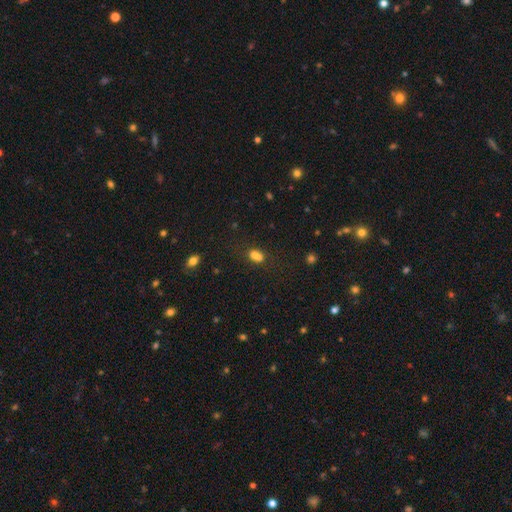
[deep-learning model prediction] A smooth galaxy with no disk features (75%) that is in between round and cigar-shaped (72%).

Vote fractions:
- Smooth or featured? smooth: 75% / star or artifact: 16% / featured or disk: 9%
- How rounded? in between: 72% / round: 24% / cigar-shaped: 4%
- Merging? none: 46% / merger: 34% / minor disturbance: 14% / major disturbance: 6%